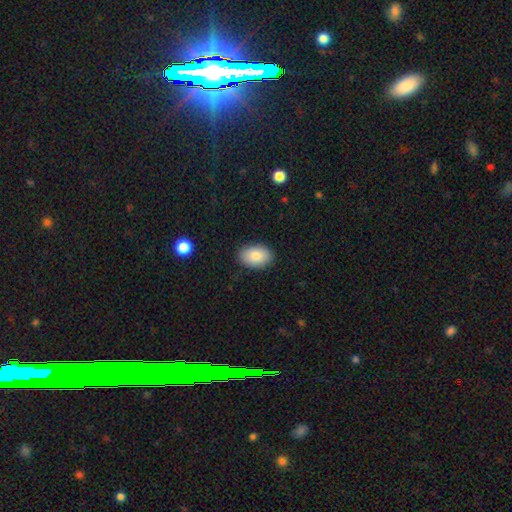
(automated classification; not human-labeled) Smooth or featured? Predicted: smooth (p=0.84). How rounded? Predicted: in between (p=0.87). Merging? Predicted: none (p=0.88).